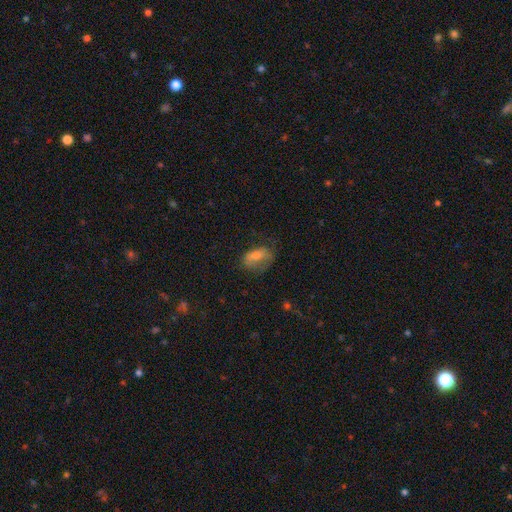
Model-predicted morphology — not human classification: This is likely a smooth galaxy (63%). How rounded: clearly in between (85%). Merging: possibly none (50%).